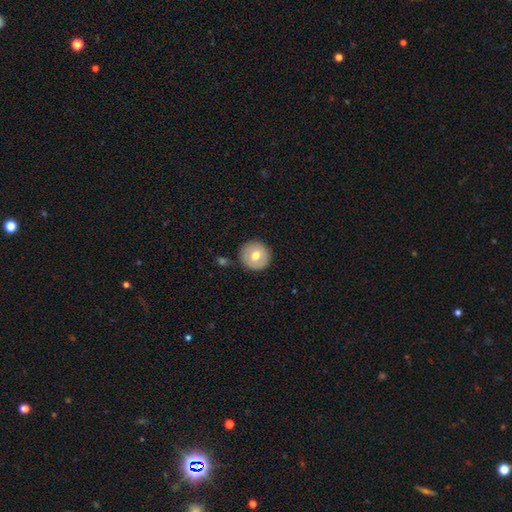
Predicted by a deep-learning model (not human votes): A smooth galaxy with no disk features (64%) that is round (95%). Merging: none (89%).